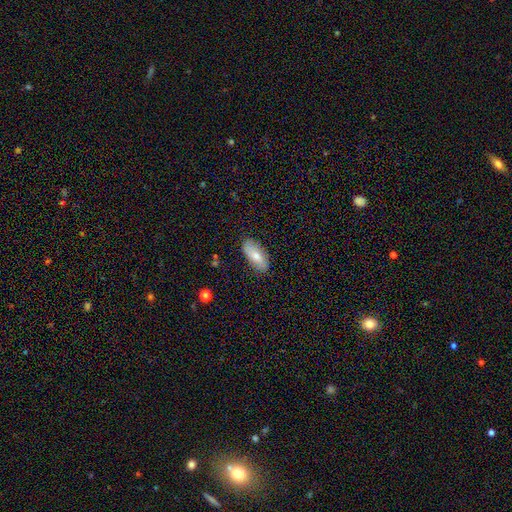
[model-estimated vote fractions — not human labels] Q: Smooth or featured?
A: smooth (66%); runner-up: featured or disk (27%)
Q: How rounded?
A: in between (85%); runner-up: cigar-shaped (12%)
Q: Merging?
A: none (84%); runner-up: minor disturbance (13%)